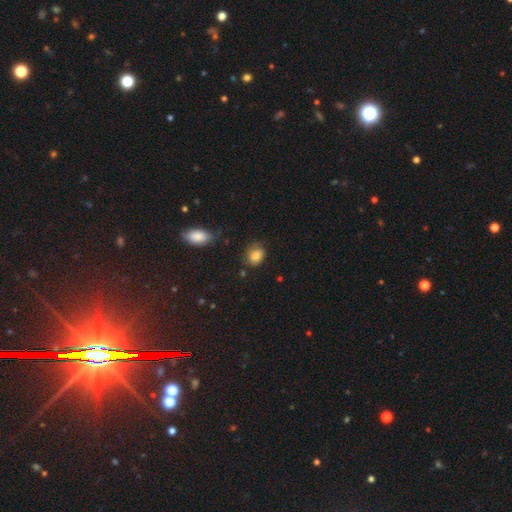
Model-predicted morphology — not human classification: Smooth or featured: smooth — 84% (star or artifact — 9%)
How rounded: in between — 52% (round — 47%)
Merging: none — 69% (minor disturbance — 23%)